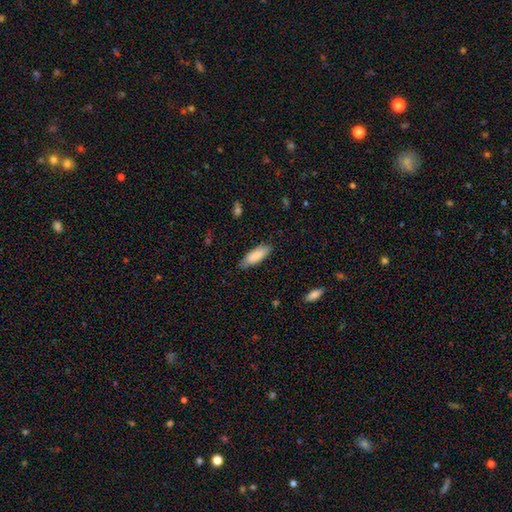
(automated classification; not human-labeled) Q: Smooth or featured?
A: smooth (83%); runner-up: featured or disk (12%)
Q: How rounded?
A: in between (64%); runner-up: cigar-shaped (35%)
Q: Merging?
A: none (77%); runner-up: minor disturbance (18%)